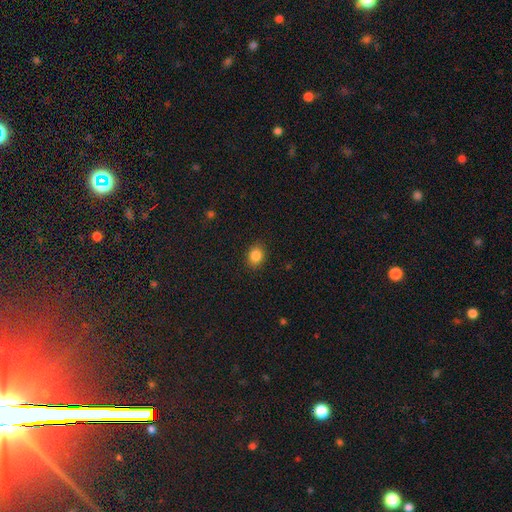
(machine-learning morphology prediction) Smooth or featured? Predicted: smooth (p=0.85). How rounded? Predicted: round (p=0.59). Merging? Predicted: none (p=0.89).